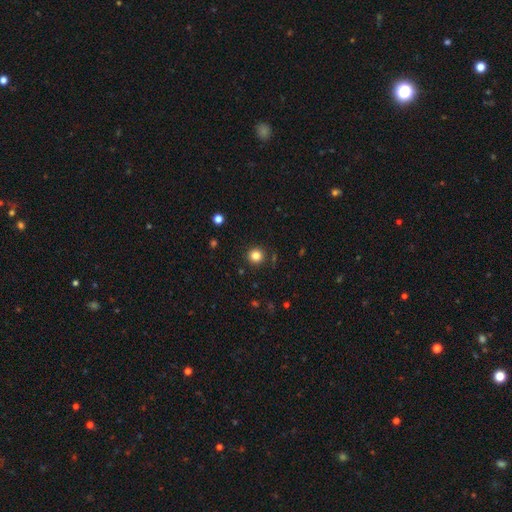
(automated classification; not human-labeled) A smooth galaxy with no disk features (83%) that is round (95%). Merging: none (90%).